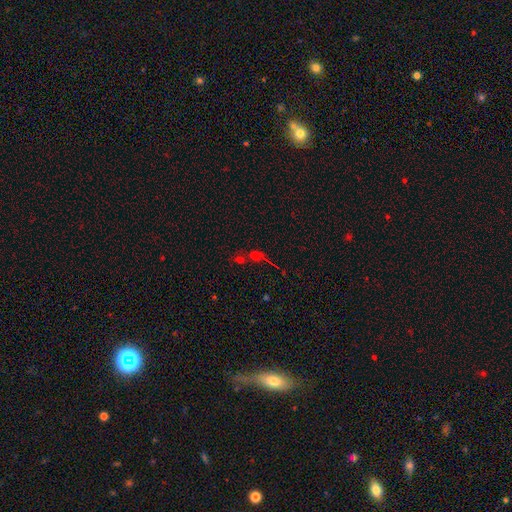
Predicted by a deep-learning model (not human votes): smooth_or_featured: star or artifact (p=0.49) [alt: smooth p=0.34]